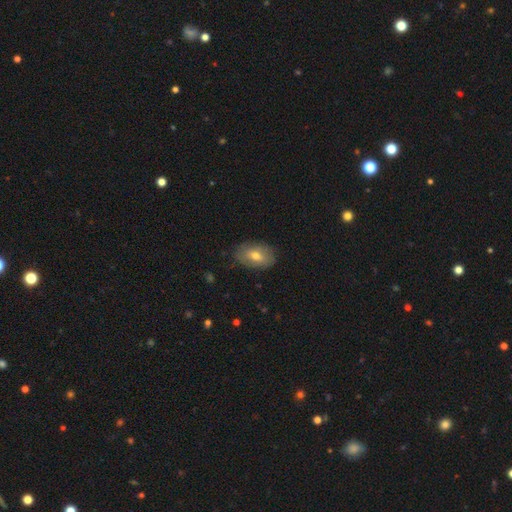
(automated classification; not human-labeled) smooth_or_featured: smooth (p=0.65) [alt: featured or disk p=0.28]
how_rounded: in between (p=0.89) [alt: round p=0.09]
merging: none (p=0.79) [alt: minor disturbance p=0.16]